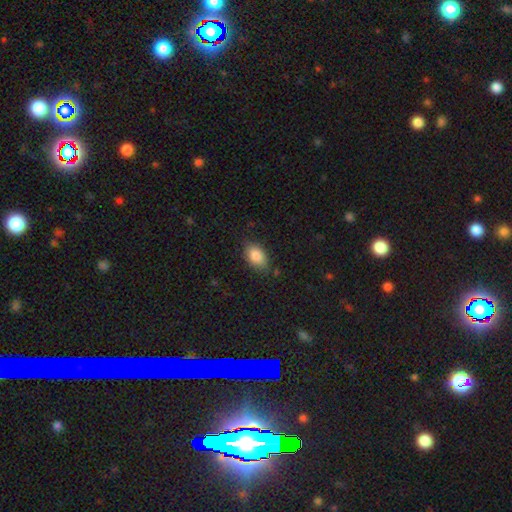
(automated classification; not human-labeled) Overall: smooth (86%). How rounded: in between (88%). Merging: none (76%).